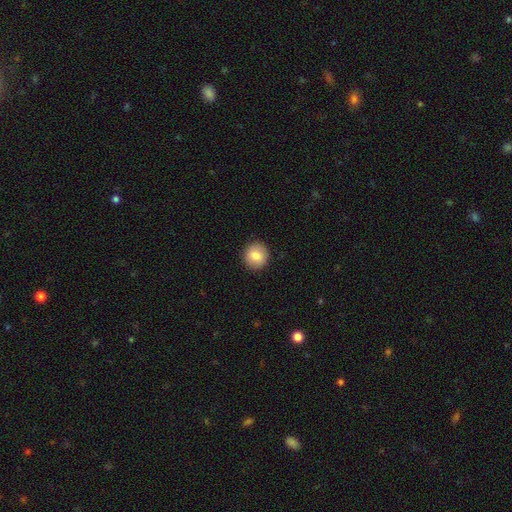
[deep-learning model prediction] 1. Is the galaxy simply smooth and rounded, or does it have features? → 82% smooth, 10% featured or disk, 8% star or artifact.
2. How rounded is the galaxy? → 92% round, 7% in between, 1% cigar-shaped.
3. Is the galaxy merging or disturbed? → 92% none, 6% minor disturbance, 2% major disturbance, 1% merger.